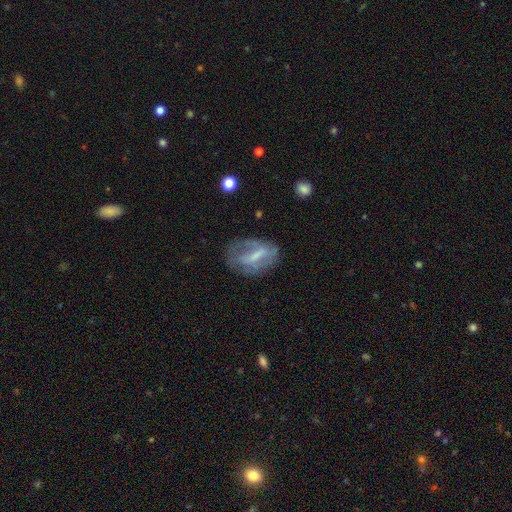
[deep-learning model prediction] This is possibly a featured or disk galaxy (54%). It is clearly not viewed edge-on (91%). Merging: possibly none (54%).